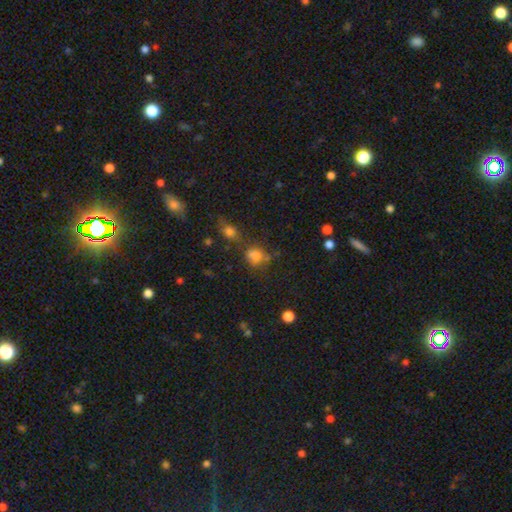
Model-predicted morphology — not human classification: smooth 70%, star or artifact 19%, featured or disk 10%. Down the decision tree: how rounded — round (62%); merging — none (52%).